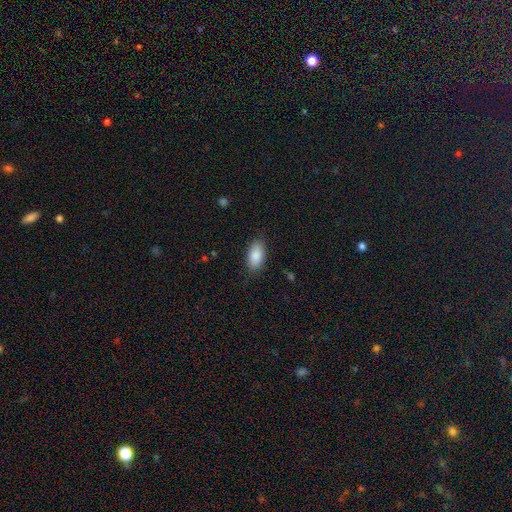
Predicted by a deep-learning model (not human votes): smooth_or_featured: smooth (p=0.89) [alt: star or artifact p=0.06]
how_rounded: in between (p=0.93) [alt: cigar-shaped p=0.04]
merging: none (p=0.84) [alt: minor disturbance p=0.12]